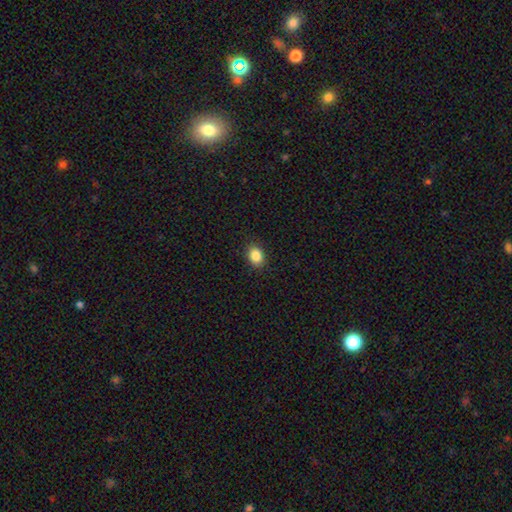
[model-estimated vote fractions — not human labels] This appears to be a smooth galaxy with no disk features (87%) that is in between round and cigar-shaped (60%). Merging: none (89%).